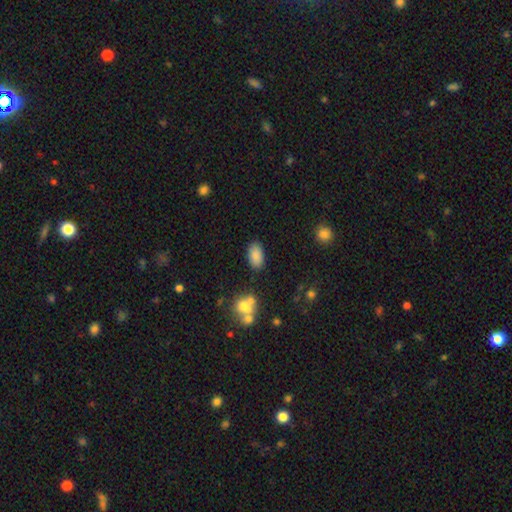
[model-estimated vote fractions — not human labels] Smooth or featured?
  - smooth: 87% *
  - star or artifact: 8%
  - featured or disk: 5%
How rounded?
  - in between: 93% *
  - round: 5%
  - cigar-shaped: 2%
Merging?
  - none: 84% *
  - minor disturbance: 11%
  - major disturbance: 3%
  - merger: 3%